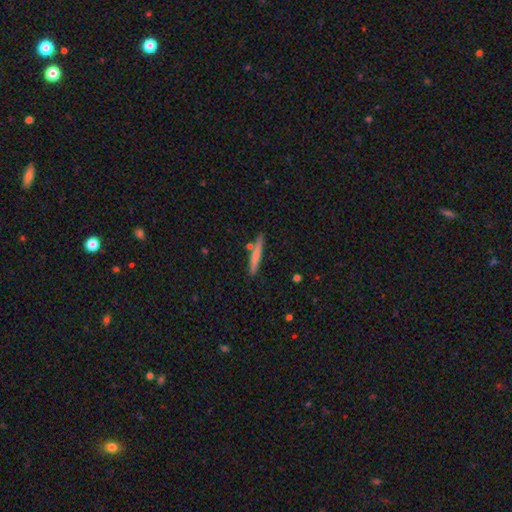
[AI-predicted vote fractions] smooth 62%, featured or disk 32%, star or artifact 6%. Down the decision tree: how rounded — cigar-shaped (94%); merging — none (82%).